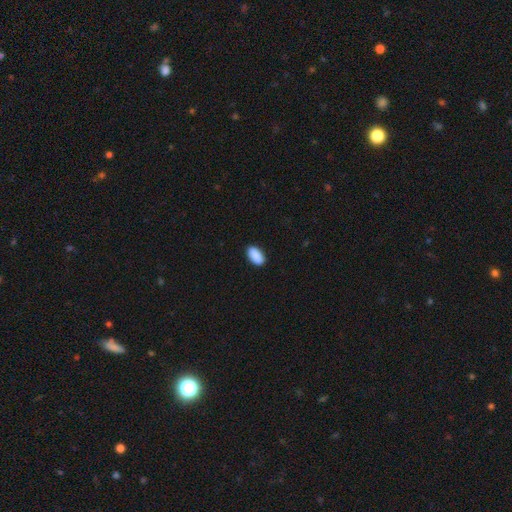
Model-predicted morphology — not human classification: Smooth or featured? Predicted: smooth (p=0.91). How rounded? Predicted: in between (p=0.94). Merging? Predicted: none (p=0.88).